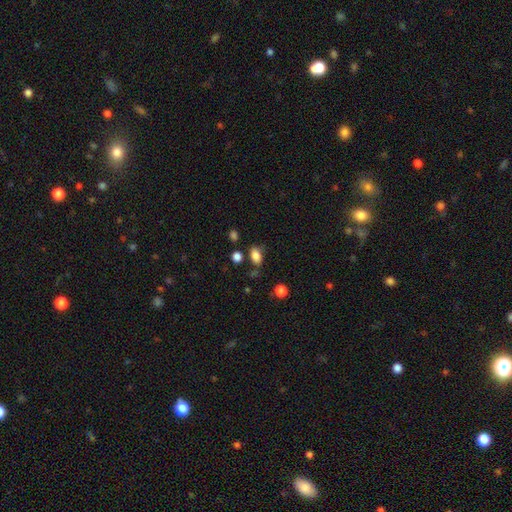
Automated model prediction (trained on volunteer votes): A smooth galaxy with no disk features (84%) that is in between round and cigar-shaped (86%). Merging: none (71%).